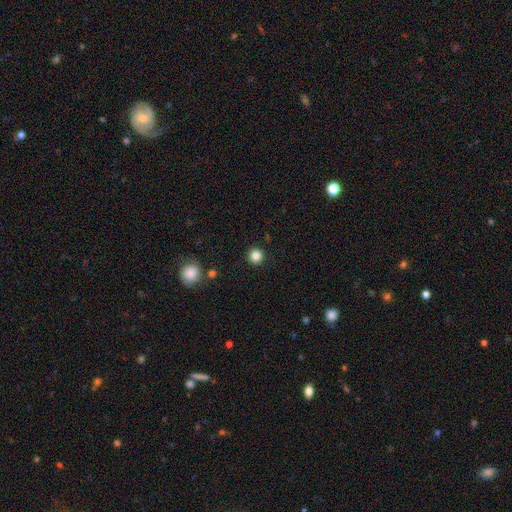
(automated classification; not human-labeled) Q: Smooth or featured?
A: smooth (84%); runner-up: star or artifact (12%)
Q: How rounded?
A: round (95%); runner-up: in between (4%)
Q: Merging?
A: none (92%); runner-up: minor disturbance (5%)